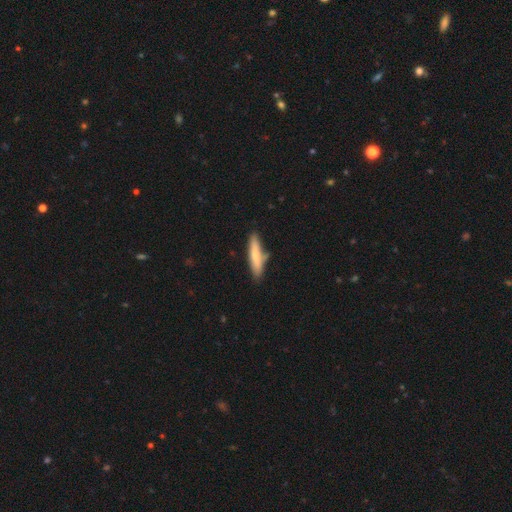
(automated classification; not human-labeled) A smooth galaxy with no disk features (70%) that is cigar-shaped (79%). Merging: none (72%).